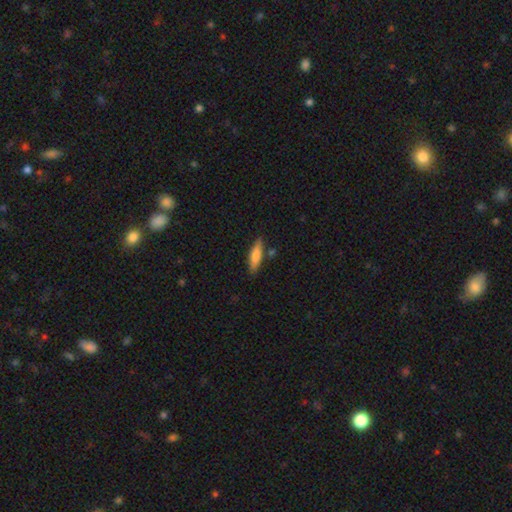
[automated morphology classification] A smooth galaxy with no disk features (77%) that is cigar-shaped (64%).

Vote fractions:
- Smooth or featured? smooth: 77% / featured or disk: 18% / star or artifact: 6%
- How rounded? cigar-shaped: 64% / in between: 34% / round: 2%
- Merging? none: 80% / minor disturbance: 13% / merger: 5% / major disturbance: 3%